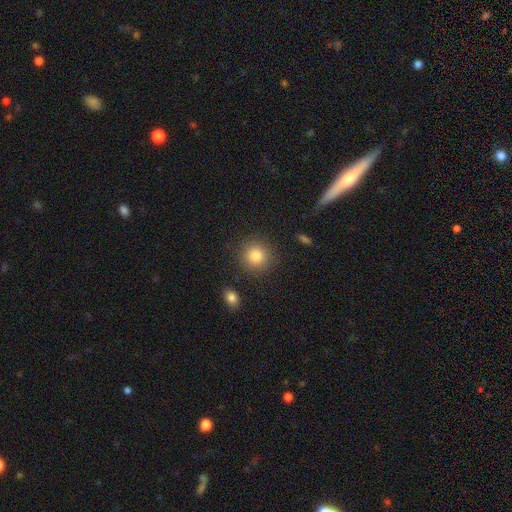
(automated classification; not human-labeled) Smooth or featured?
  - smooth: 84% *
  - star or artifact: 10%
  - featured or disk: 6%
How rounded?
  - round: 91% *
  - in between: 8%
  - cigar-shaped: 1%
Merging?
  - none: 87% *
  - minor disturbance: 8%
  - major disturbance: 3%
  - merger: 2%